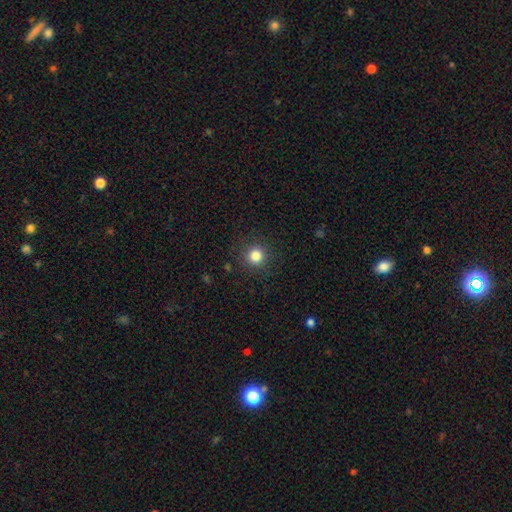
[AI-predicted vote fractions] smooth-or-featured: smooth: 83% | star or artifact: 12% | featured or disk: 5%
  how-rounded: round: 94% | in between: 5% | cigar-shaped: 1%
  merging: none: 89% | minor disturbance: 7% | major disturbance: 3% | merger: 1%